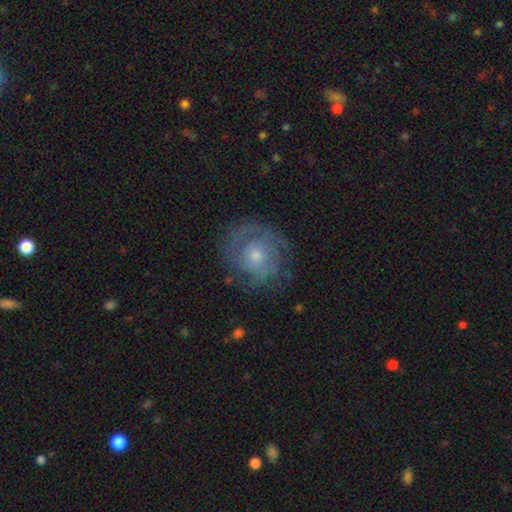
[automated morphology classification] smooth_or_featured: featured or disk (p=0.75) [alt: smooth p=0.18]
disk_edge_on: no (p=0.97) [alt: yes p=0.03]
bar: no (p=0.79) [alt: weak p=0.18]
has_spiral_arms: yes (p=0.89) [alt: no p=0.11]
spiral_winding: tight (p=0.63) [alt: medium p=0.29]
spiral_arm_count: can't tell (p=0.35) [alt: 2 p=0.25]
bulge_size: moderate (p=0.48) [alt: small p=0.46]
merging: none (p=0.74) [alt: minor disturbance p=0.16]